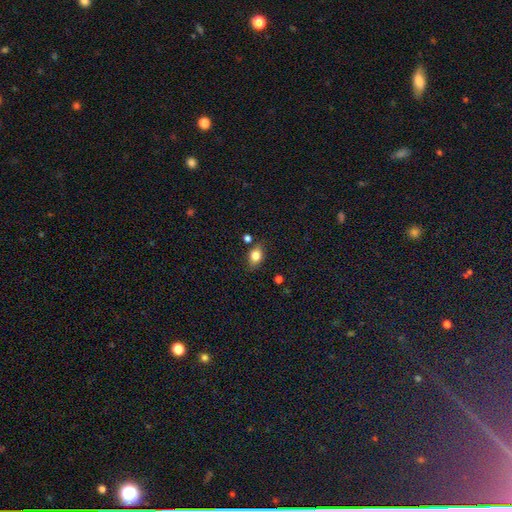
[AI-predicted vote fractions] This is likely a smooth galaxy (78%). How rounded: likely in between (73%). Merging: likely none (77%).